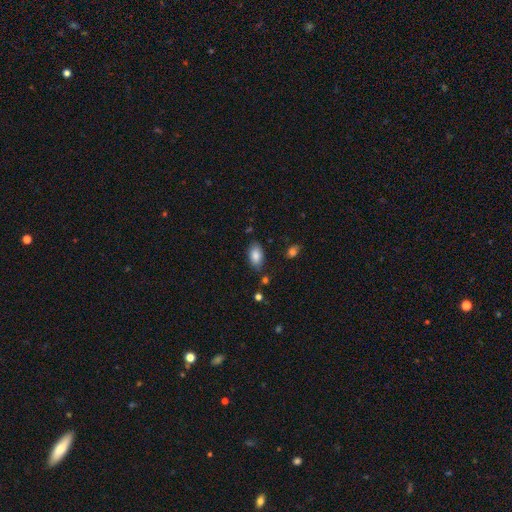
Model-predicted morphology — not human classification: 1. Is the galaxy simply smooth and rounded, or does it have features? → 85% smooth, 8% star or artifact, 7% featured or disk.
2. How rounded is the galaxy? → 93% in between, 5% round, 2% cigar-shaped.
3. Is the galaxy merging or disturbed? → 79% none, 15% minor disturbance, 3% major disturbance, 3% merger.